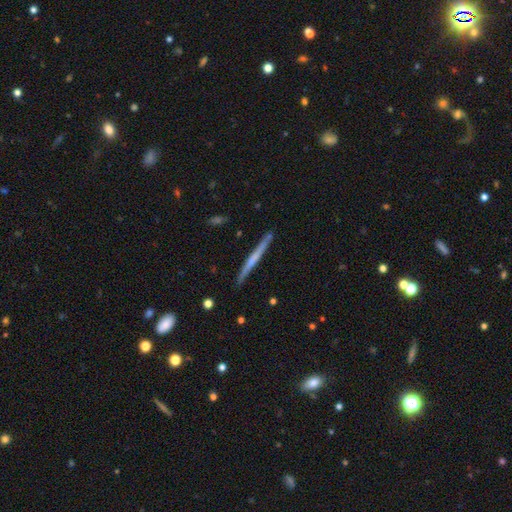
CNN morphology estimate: A featured or disk galaxy (59%) viewed edge-on (98%) with no central bulge (70%). Merging: none (91%).